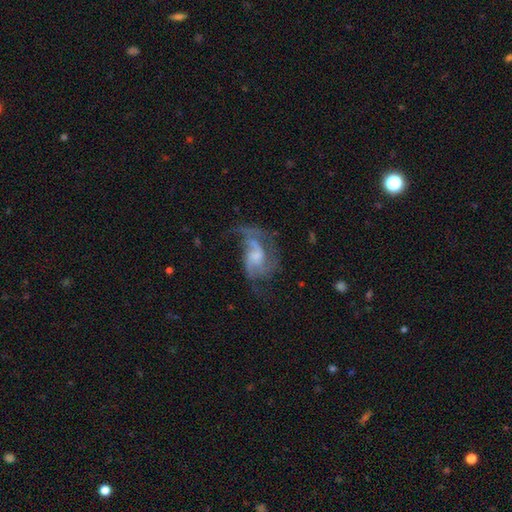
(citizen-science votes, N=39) Smooth or featured? 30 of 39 (77%) said featured or disk. Edge-on disk? 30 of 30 (100%) said no. Bar? 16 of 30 (53%) said no. Spiral arms? 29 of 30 (97%) said yes. Spiral winding? 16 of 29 (55%) said medium. Spiral arm count? 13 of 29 (45%) said 2. Bulge size? 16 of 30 (53%) said small. Merging? 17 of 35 (49%) said none.